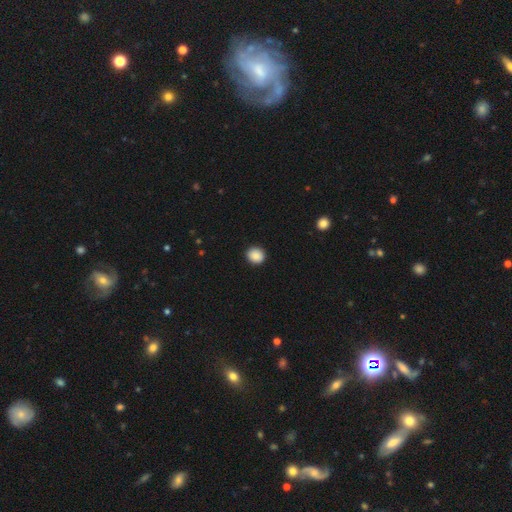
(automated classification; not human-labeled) Q: Smooth or featured?
A: smooth (88%); runner-up: star or artifact (9%)
Q: How rounded?
A: round (82%); runner-up: in between (17%)
Q: Merging?
A: none (92%); runner-up: minor disturbance (6%)